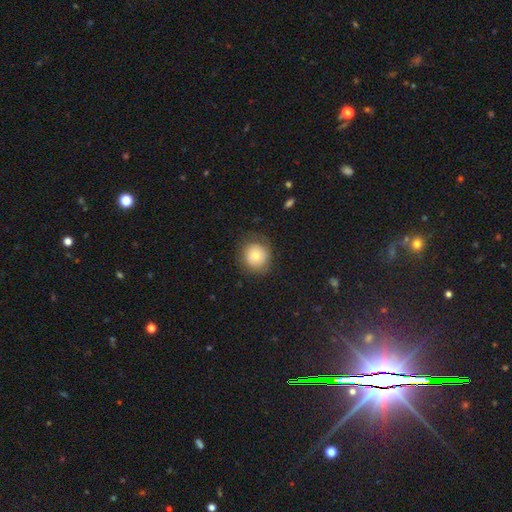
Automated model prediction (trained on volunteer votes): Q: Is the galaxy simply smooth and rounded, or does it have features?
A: smooth — 75%.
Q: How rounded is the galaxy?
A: round — 89%.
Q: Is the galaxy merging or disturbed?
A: none — 78%.